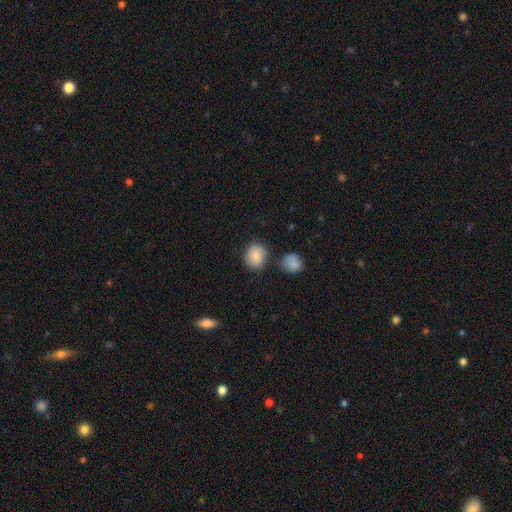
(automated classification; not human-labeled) Smooth or featured?
  - smooth: 83% *
  - featured or disk: 9%
  - star or artifact: 8%
How rounded?
  - round: 72% *
  - in between: 27%
  - cigar-shaped: 1%
Merging?
  - none: 72% *
  - minor disturbance: 15%
  - merger: 9%
  - major disturbance: 4%